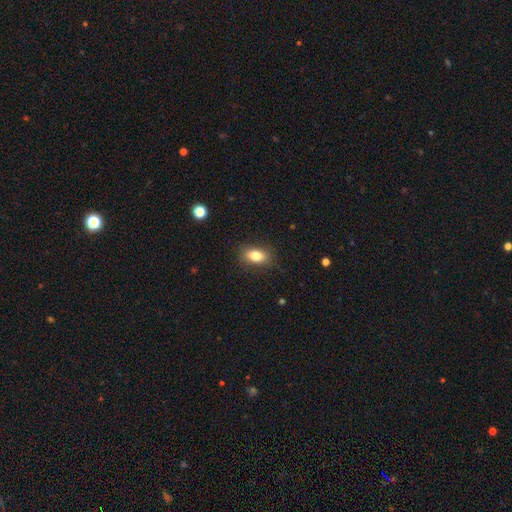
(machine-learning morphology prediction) A smooth galaxy with no disk features (82%) that is in between round and cigar-shaped (84%).

Vote fractions:
- Smooth or featured? smooth: 82% / featured or disk: 10% / star or artifact: 9%
- How rounded? in between: 84% / round: 12% / cigar-shaped: 4%
- Merging? none: 85% / minor disturbance: 11% / major disturbance: 3% / merger: 1%